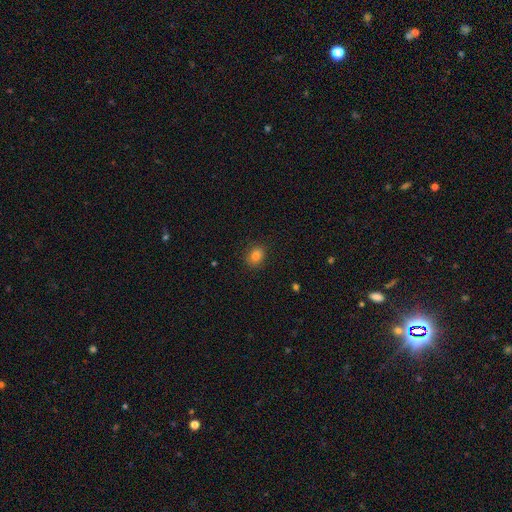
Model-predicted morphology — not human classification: smooth 83%, star or artifact 11%, featured or disk 6%. Down the decision tree: how rounded — round (51%); merging — none (86%).